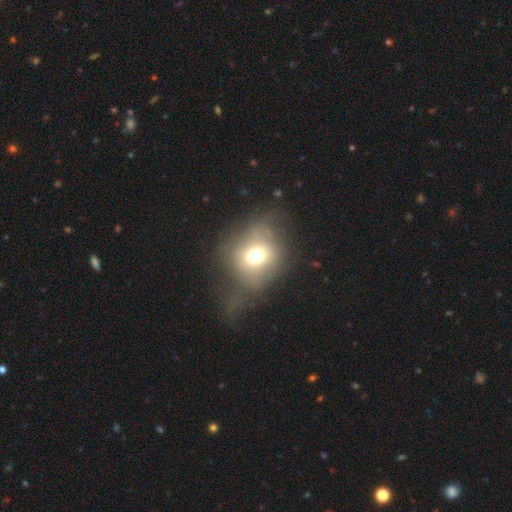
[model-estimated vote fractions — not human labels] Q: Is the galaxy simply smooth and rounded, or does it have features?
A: smooth — 60%.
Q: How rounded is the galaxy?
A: round — 75%.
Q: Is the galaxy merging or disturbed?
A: none — 45%.